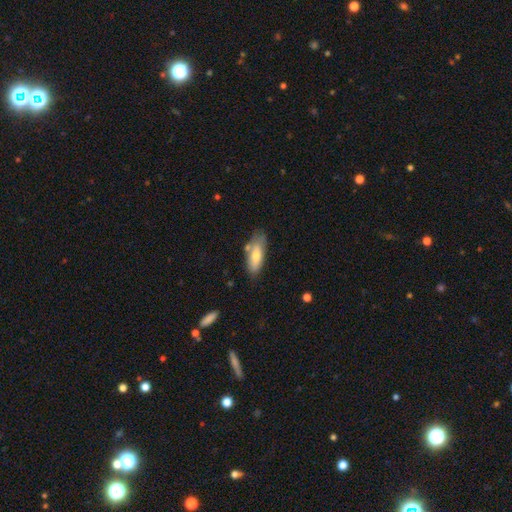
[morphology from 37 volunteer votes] A smooth galaxy with no disk features (68%) that is in between round and cigar-shaped (72%).

Vote fractions:
- Smooth or featured? smooth: 68% / featured or disk: 32% / star or artifact: 0%
- How rounded? in between: 72% / cigar-shaped: 28% / round: 0%
- Merging? none: 49% / minor disturbance: 35% / merger: 11% / major disturbance: 5%